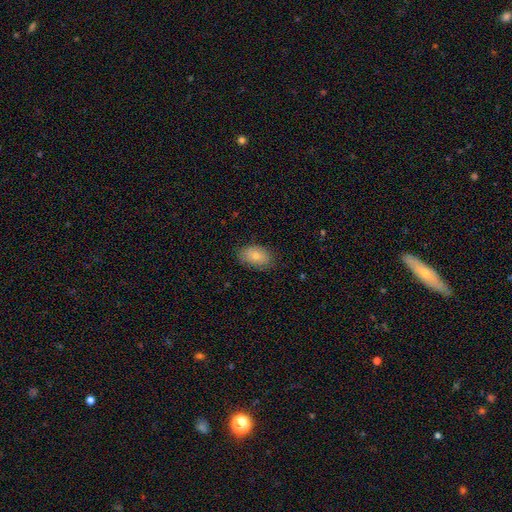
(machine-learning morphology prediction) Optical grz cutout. It shows a smooth galaxy with no disk features (79%) that is in between round and cigar-shaped (89%). Merging: none (81%).